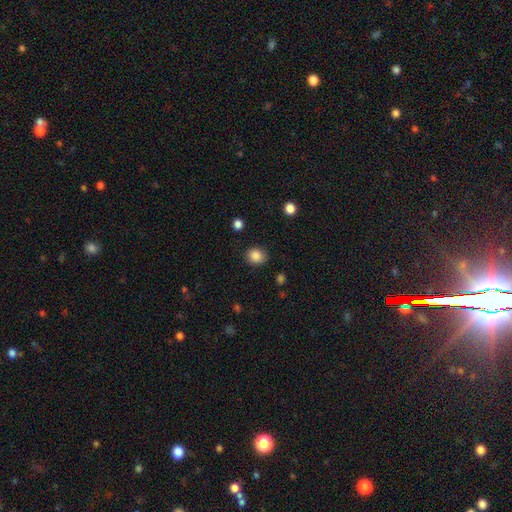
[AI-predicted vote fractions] This appears to be a smooth galaxy with no disk features (86%) that is round (69%). Merging: none (86%).